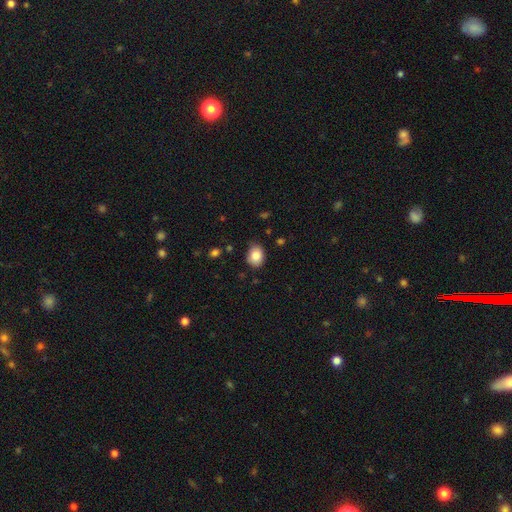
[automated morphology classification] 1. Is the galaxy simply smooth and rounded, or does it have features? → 85% smooth, 9% star or artifact, 6% featured or disk.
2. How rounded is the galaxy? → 53% in between, 46% round, 1% cigar-shaped.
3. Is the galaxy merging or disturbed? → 77% none, 18% minor disturbance, 3% major disturbance, 2% merger.